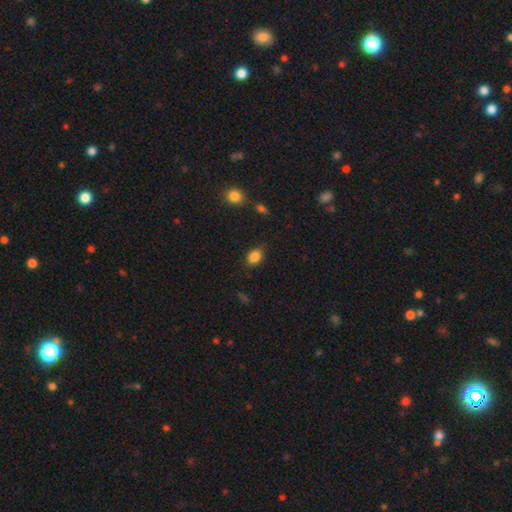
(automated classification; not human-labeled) Morphology: type=smooth (86%); roundness=in between (72%); merging=none (83%).